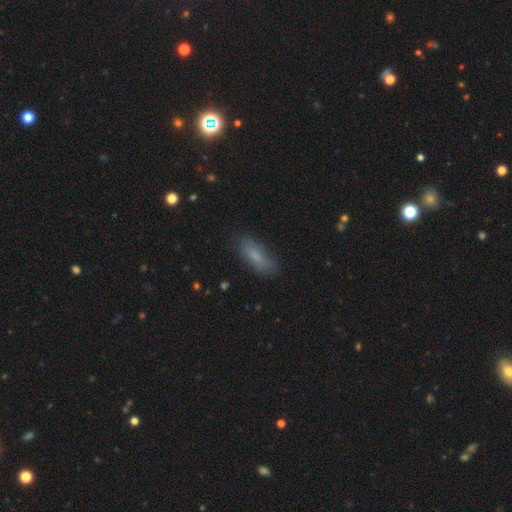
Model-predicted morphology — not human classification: smooth-or-featured: smooth: 77% | featured or disk: 14% | star or artifact: 8%
  how-rounded: in between: 66% | cigar-shaped: 32% | round: 2%
  merging: none: 79% | minor disturbance: 16% | major disturbance: 4% | merger: 1%